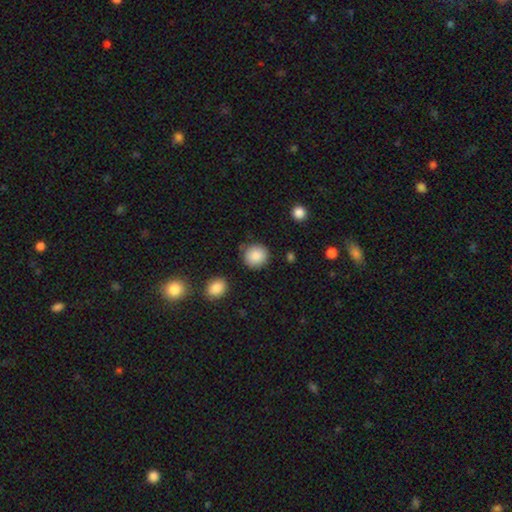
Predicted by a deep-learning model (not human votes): The model was most divided on "merging": none: 83%, minor disturbance: 11%, major disturbance: 3%, merger: 3%. More confident: how rounded — round (89%); smooth or featured — smooth (88%).